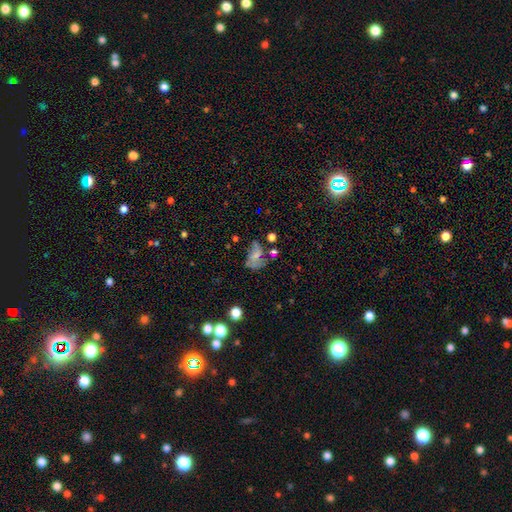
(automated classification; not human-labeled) Morphology: type=smooth (45%); merging=major disturbance (33%).